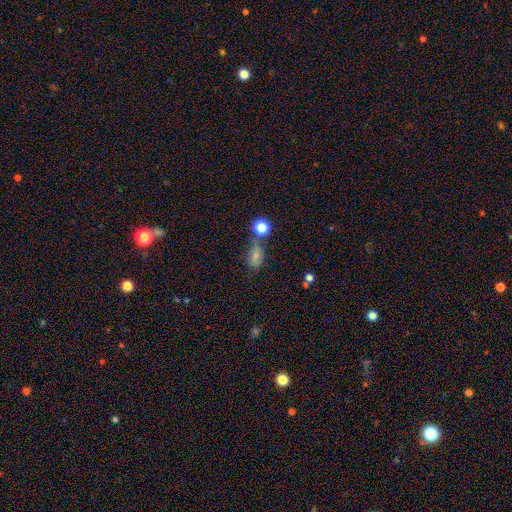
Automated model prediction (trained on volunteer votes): smooth-or-featured: smooth: 70% | star or artifact: 18% | featured or disk: 12%
  how-rounded: in between: 75% | round: 18% | cigar-shaped: 6%
  merging: none: 51% | minor disturbance: 22% | merger: 15% | major disturbance: 11%